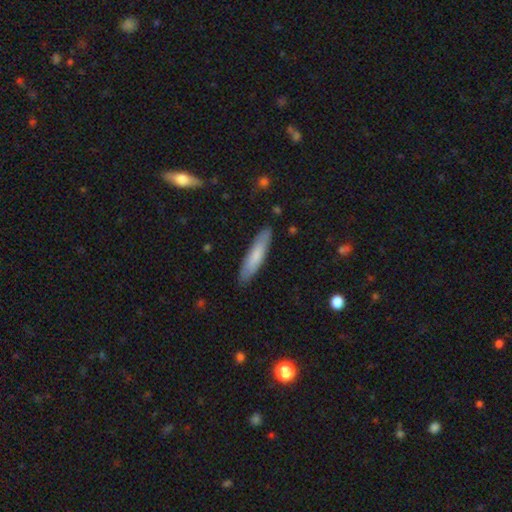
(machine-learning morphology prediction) Smooth or featured? Predicted: smooth (p=0.74). How rounded? Predicted: cigar-shaped (p=0.81). Merging? Predicted: none (p=0.88).